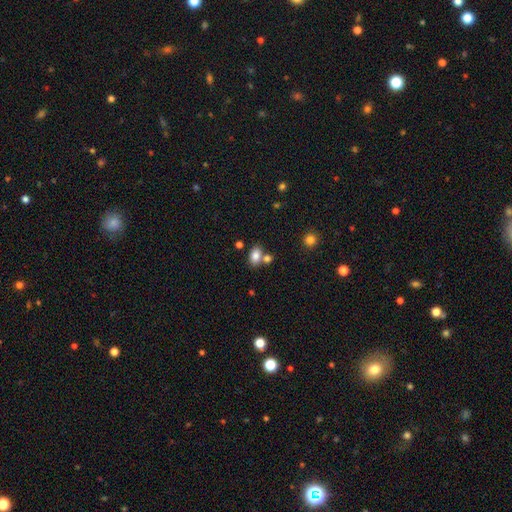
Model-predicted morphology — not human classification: Overall: smooth (83%). How rounded: in between (85%). Merging: none (57%; merger 28%).